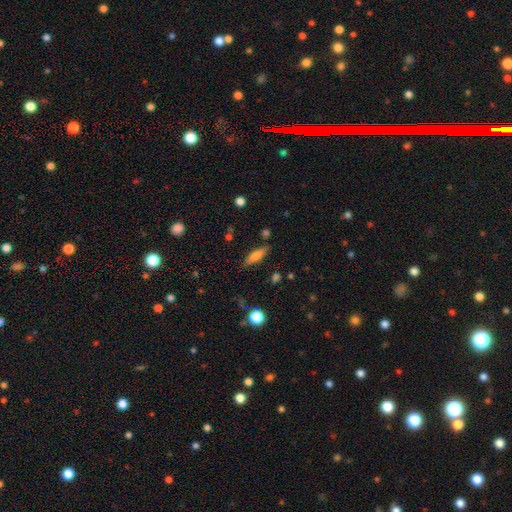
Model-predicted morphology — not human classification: type=smooth (67%); roundness=cigar-shaped (53%); merging=none (81%).